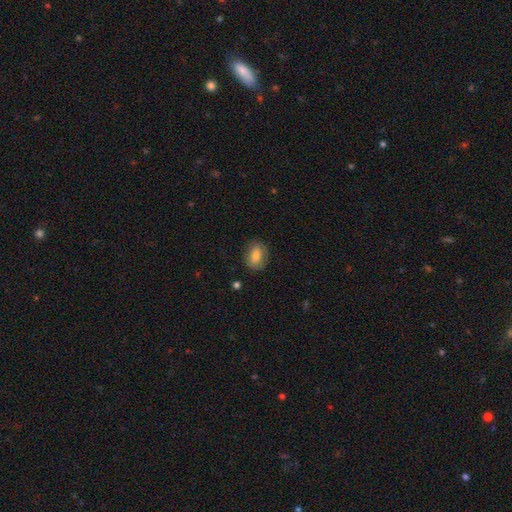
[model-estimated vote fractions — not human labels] This appears to be a smooth galaxy with no disk features (82%) that is in between round and cigar-shaped (77%). Merging: none (79%).